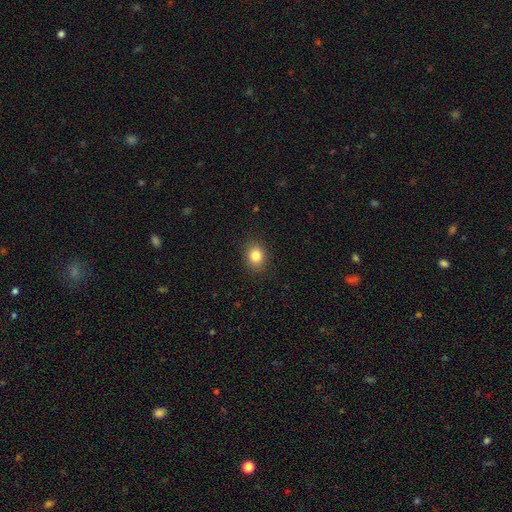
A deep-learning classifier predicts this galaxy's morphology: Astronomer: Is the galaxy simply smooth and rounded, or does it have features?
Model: smooth — 84%.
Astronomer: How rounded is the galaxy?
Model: round — 57% (runner-up: in between, 42%).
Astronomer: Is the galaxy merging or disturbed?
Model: none — 88%.